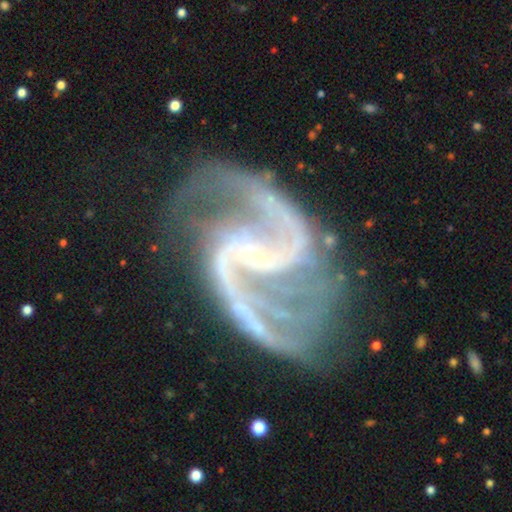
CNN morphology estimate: smooth-or-featured: featured or disk: 93% | star or artifact: 5% | smooth: 2%
  disk-edge-on: no: 98% | yes: 2%
    bar: weak: 42% | strong: 29% | no: 28%
    has-spiral-arms: yes: 98% | no: 2%
      spiral-winding: medium: 49% | loose: 40% | tight: 11%
      spiral-arm-count: 2: 88% | 3: 4% | can't tell: 2% | 1: 2% | 4: 2% | more than 4: 2%
    bulge-size: small: 74% | none: 18% | moderate: 6% | large: 1% | dominant: 1%
  merging: none: 62% | minor disturbance: 19% | major disturbance: 15% | merger: 4%